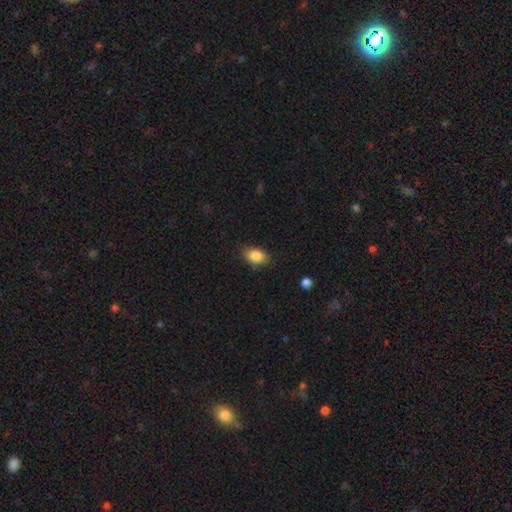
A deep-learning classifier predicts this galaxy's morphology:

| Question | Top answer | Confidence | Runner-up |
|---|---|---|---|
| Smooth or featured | smooth | 86% | star or artifact (8%) |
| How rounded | in between | 83% | round (16%) |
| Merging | none | 81% | minor disturbance (15%) |